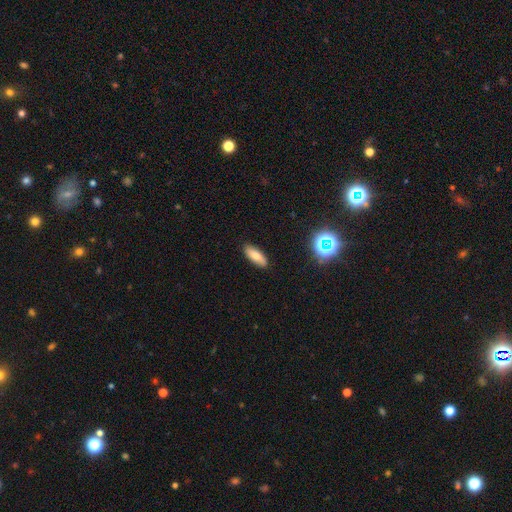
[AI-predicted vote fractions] smooth 76%, featured or disk 14%, star or artifact 10%. Down the decision tree: how rounded — in between (70%); merging — none (88%).